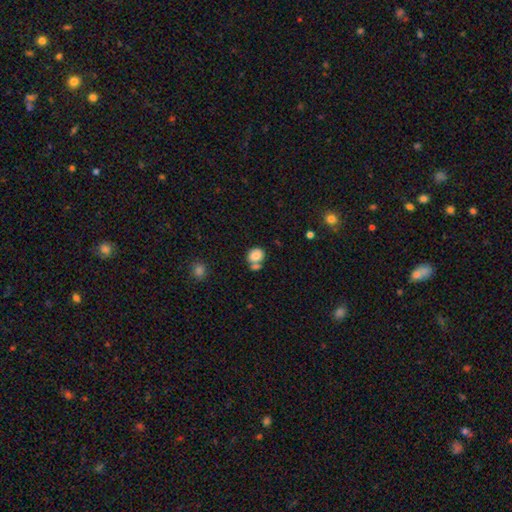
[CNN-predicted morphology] This appears to be a smooth galaxy with no disk features (81%) that is round (59%). Merging: none (44%).